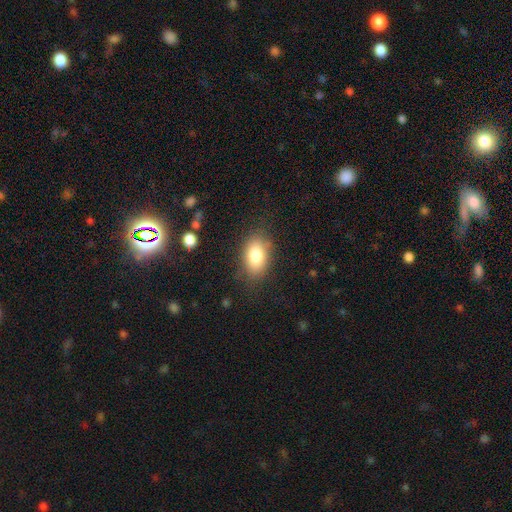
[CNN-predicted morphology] A smooth galaxy with no disk features (82%) that is in between round and cigar-shaped (88%).

Vote fractions:
- Smooth or featured? smooth: 82% / featured or disk: 10% / star or artifact: 8%
- How rounded? in between: 88% / round: 10% / cigar-shaped: 2%
- Merging? none: 79% / minor disturbance: 14% / major disturbance: 5% / merger: 2%